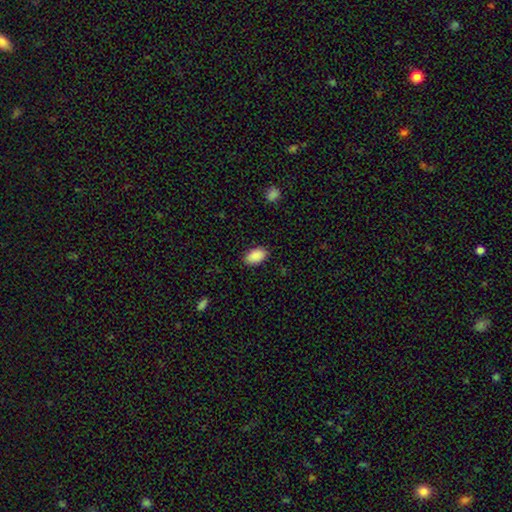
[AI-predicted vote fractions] smooth_or_featured: smooth (p=0.90) [alt: star or artifact p=0.07]
how_rounded: in between (p=0.94) [alt: round p=0.05]
merging: none (p=0.87) [alt: minor disturbance p=0.10]